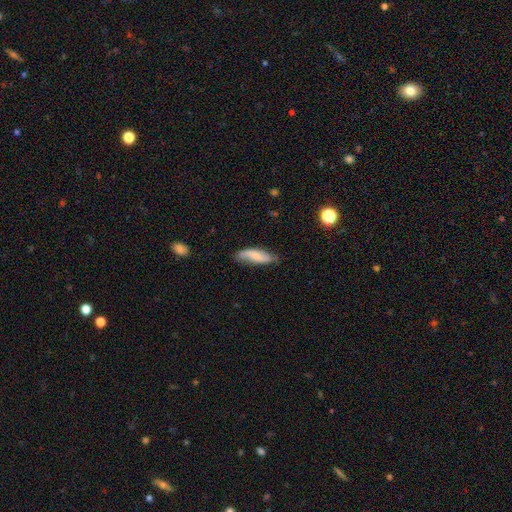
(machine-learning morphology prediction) smooth 62%, featured or disk 32%, star or artifact 7%. Down the decision tree: how rounded — in between (55%); merging — none (62%).